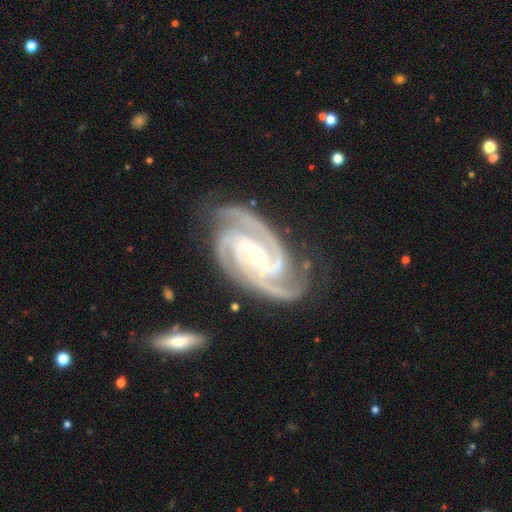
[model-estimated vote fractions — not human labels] A featured or disk galaxy (94%) with a strong bar (46%), 3 (54%) tight (58%) spiral arms (99%) and a small central bulge (60%). Merging: none (76%).